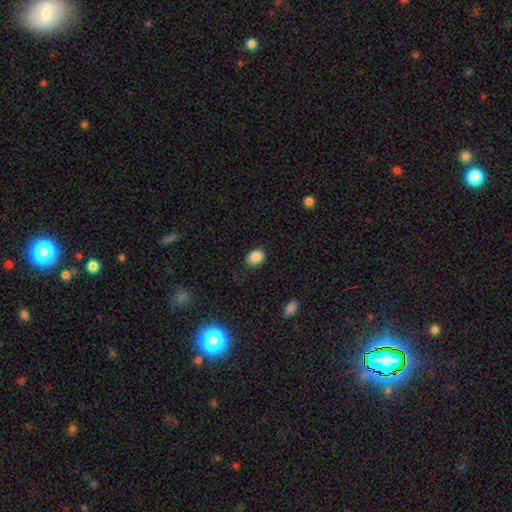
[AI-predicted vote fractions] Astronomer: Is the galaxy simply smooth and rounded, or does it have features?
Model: smooth — 87%.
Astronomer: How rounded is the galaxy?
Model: in between — 57% (runner-up: round, 42%).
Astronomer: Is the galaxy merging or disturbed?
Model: none — 80%.